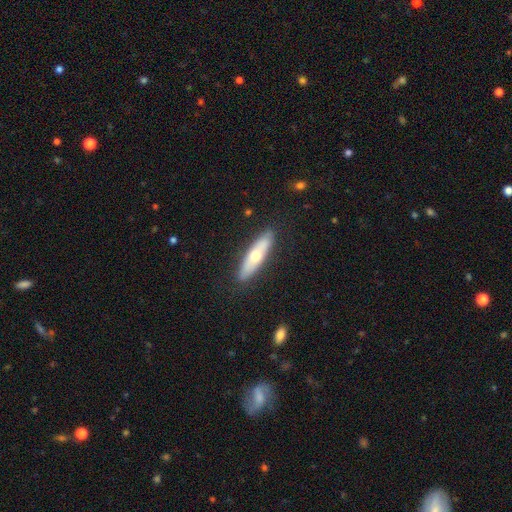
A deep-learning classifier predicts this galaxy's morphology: The model was most divided on "smooth or featured": smooth: 50%, featured or disk: 45%, star or artifact: 5%. More confident: merging — none (86%); how rounded — cigar-shaped (63%).